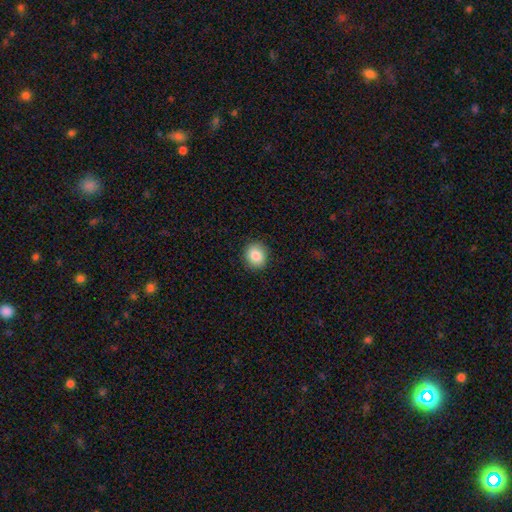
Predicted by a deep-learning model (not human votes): The model was most divided on "how rounded": round: 77%, in between: 22%, cigar-shaped: 1%. More confident: merging — none (90%); smooth or featured — smooth (85%).